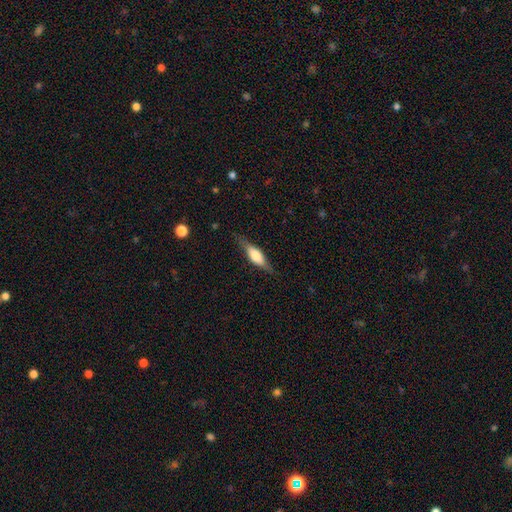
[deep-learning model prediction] Smooth or featured?
  - featured or disk: 51% *
  - smooth: 42%
  - star or artifact: 7%
Edge-on disk?
  - yes: 92% *
  - no: 8%
Merging?
  - none: 77% *
  - minor disturbance: 16%
  - major disturbance: 5%
  - merger: 1%